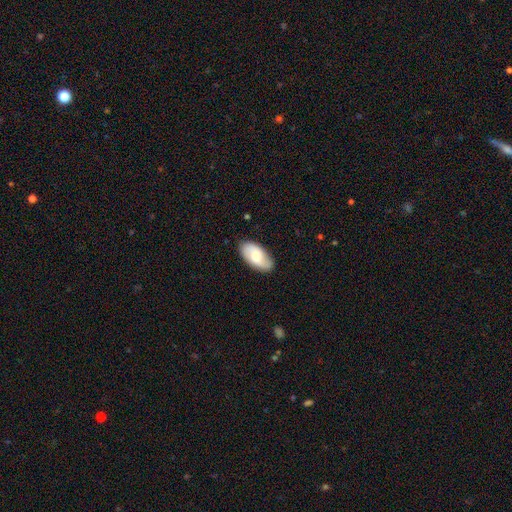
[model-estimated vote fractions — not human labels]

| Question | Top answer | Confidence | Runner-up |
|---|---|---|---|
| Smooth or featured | smooth | 55% | featured or disk (39%) |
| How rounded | in between | 94% | cigar-shaped (3%) |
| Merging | none | 83% | minor disturbance (13%) |